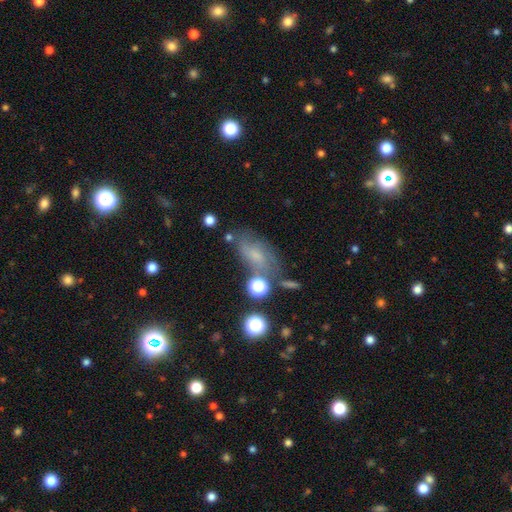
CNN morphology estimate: smooth 44%, featured or disk 39%, star or artifact 17%. Down the decision tree: merging — none (49%).